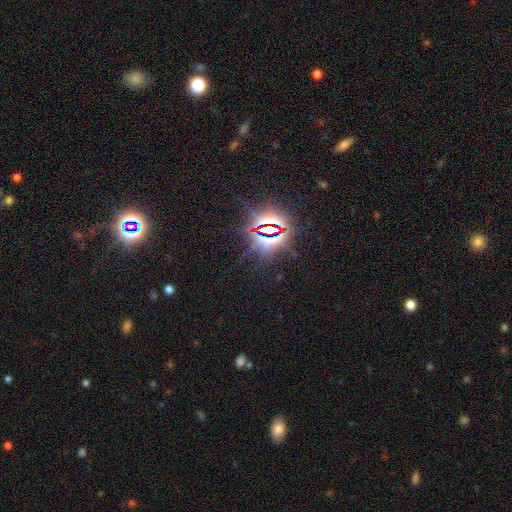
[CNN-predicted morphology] Overall: star or artifact (83%).